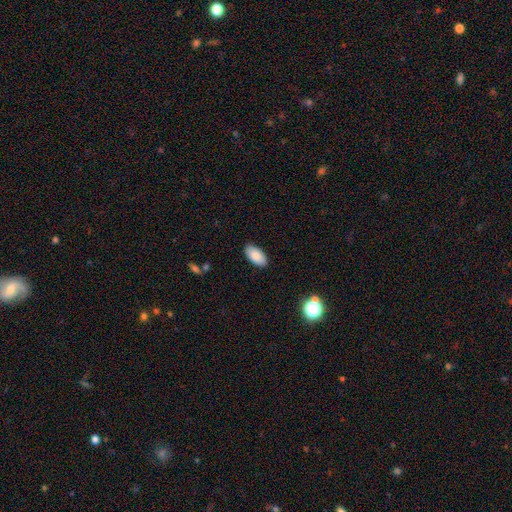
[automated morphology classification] smooth 87%, star or artifact 7%, featured or disk 6%. Down the decision tree: how rounded — in between (95%); merging — none (88%).